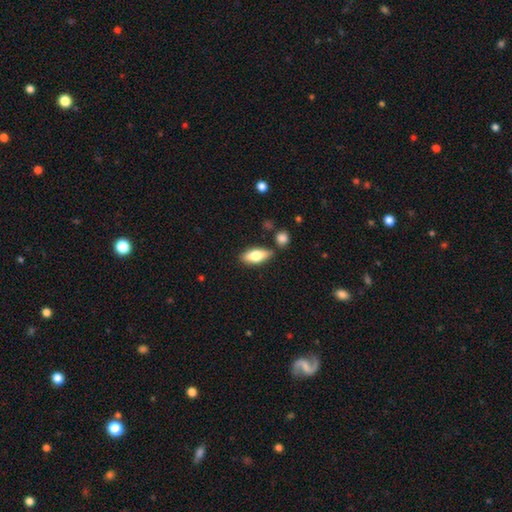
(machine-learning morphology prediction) Smooth or featured?
  - smooth: 71% *
  - featured or disk: 23%
  - star or artifact: 6%
How rounded?
  - in between: 76% *
  - cigar-shaped: 21%
  - round: 3%
Merging?
  - none: 80% *
  - minor disturbance: 12%
  - merger: 6%
  - major disturbance: 3%